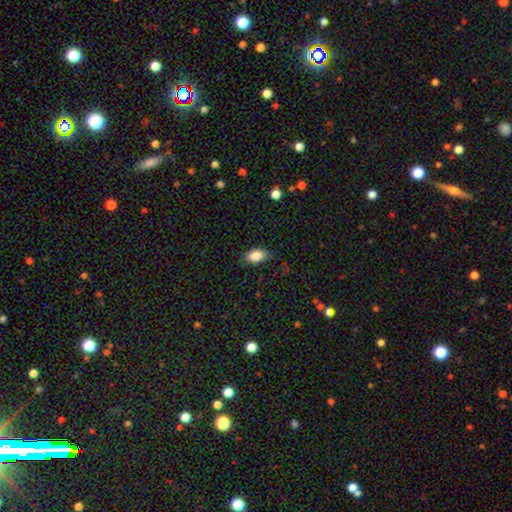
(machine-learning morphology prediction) Overall: smooth (87%). How rounded: in between (90%). Merging: none (80%).